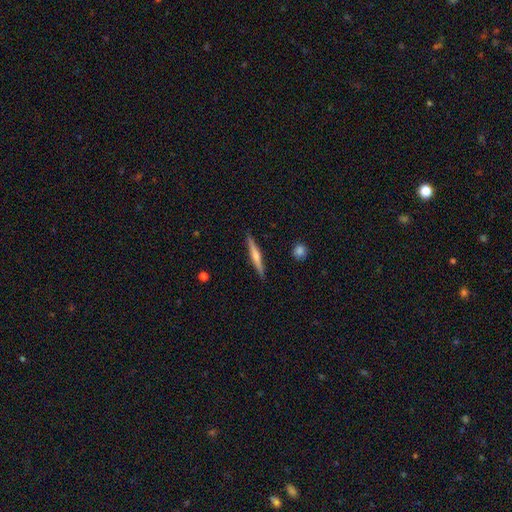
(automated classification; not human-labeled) Smooth or featured?
  - featured or disk: 56% *
  - smooth: 38%
  - star or artifact: 6%
Edge-on disk?
  - yes: 97% *
  - no: 3%
Edge-on bulge?
  - rounded: 76% *
  - none: 17%
  - boxy: 7%
Merging?
  - none: 90% *
  - minor disturbance: 7%
  - major disturbance: 1%
  - merger: 1%